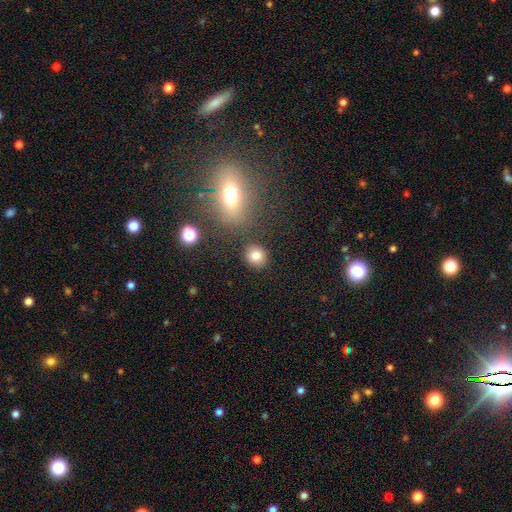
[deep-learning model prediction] Smooth or featured?
  - smooth: 81% *
  - star or artifact: 12%
  - featured or disk: 7%
How rounded?
  - round: 80% *
  - in between: 19%
  - cigar-shaped: 1%
Merging?
  - none: 83% *
  - minor disturbance: 8%
  - merger: 5%
  - major disturbance: 3%